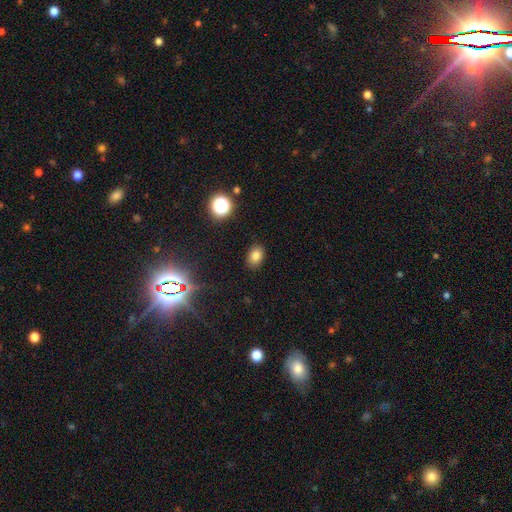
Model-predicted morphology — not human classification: Q: Smooth or featured?
A: smooth (79%); runner-up: star or artifact (14%)
Q: How rounded?
A: in between (76%); runner-up: round (22%)
Q: Merging?
A: none (87%); runner-up: minor disturbance (9%)